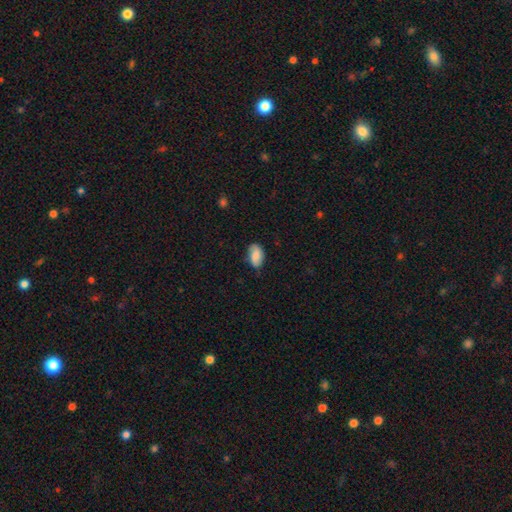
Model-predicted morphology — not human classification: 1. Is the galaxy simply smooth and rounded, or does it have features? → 79% smooth, 14% featured or disk, 7% star or artifact.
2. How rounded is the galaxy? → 92% in between, 7% round, 2% cigar-shaped.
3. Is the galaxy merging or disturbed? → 67% none, 27% minor disturbance, 5% major disturbance, 1% merger.